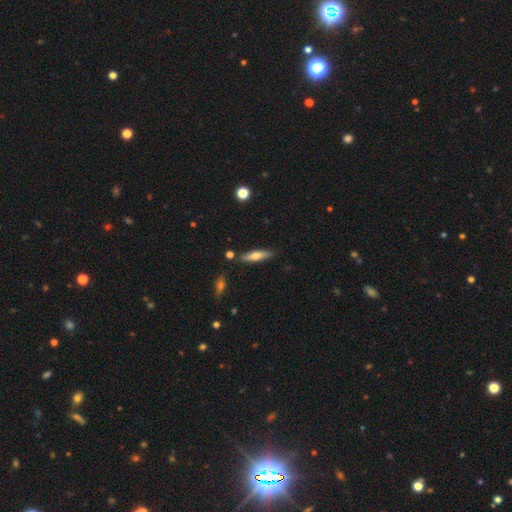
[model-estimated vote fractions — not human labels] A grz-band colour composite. It shows a smooth galaxy with no disk features (56%) that is cigar-shaped (73%). Merging: none (83%).